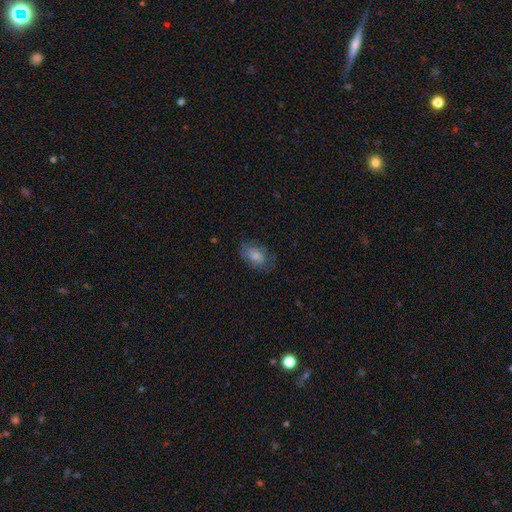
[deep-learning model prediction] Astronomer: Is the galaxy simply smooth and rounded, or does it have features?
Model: smooth — 79%.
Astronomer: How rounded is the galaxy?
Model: in between — 88%.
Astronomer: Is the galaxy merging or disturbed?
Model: none — 68%.